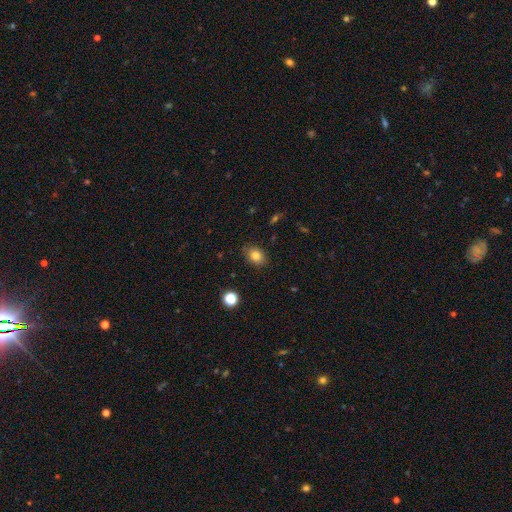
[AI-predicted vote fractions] Q: Smooth or featured?
A: smooth (80%); runner-up: star or artifact (11%)
Q: How rounded?
A: in between (61%); runner-up: round (38%)
Q: Merging?
A: none (85%); runner-up: minor disturbance (11%)